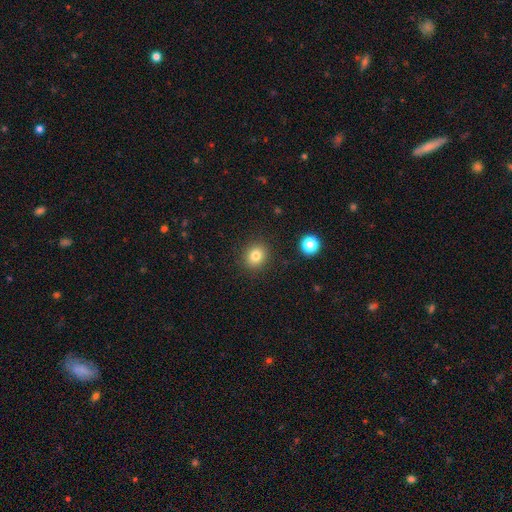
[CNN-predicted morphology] Smooth or featured?
  - smooth: 81% *
  - star or artifact: 12%
  - featured or disk: 7%
How rounded?
  - round: 76% *
  - in between: 23%
  - cigar-shaped: 1%
Merging?
  - none: 89% *
  - minor disturbance: 7%
  - major disturbance: 2%
  - merger: 2%